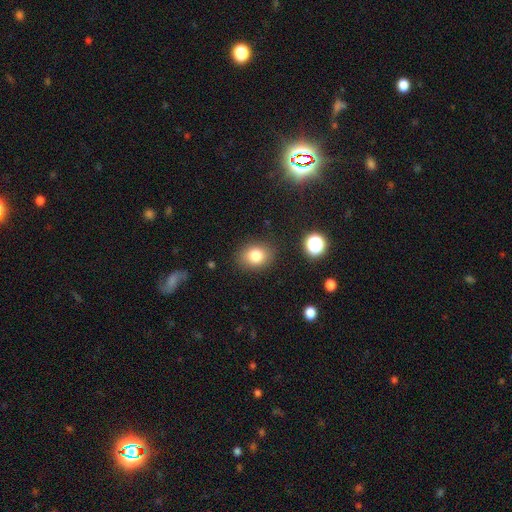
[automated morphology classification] This appears to be a smooth galaxy with no disk features (80%) that is round (50%). Merging: none (84%).